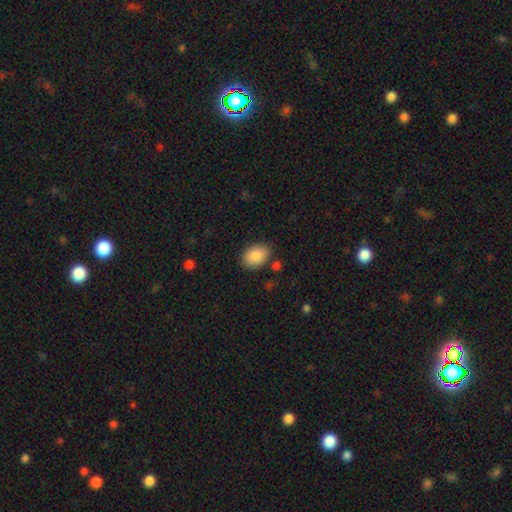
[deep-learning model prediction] A smooth galaxy with no disk features (88%) that is in between round and cigar-shaped (81%). Merging: none (82%).